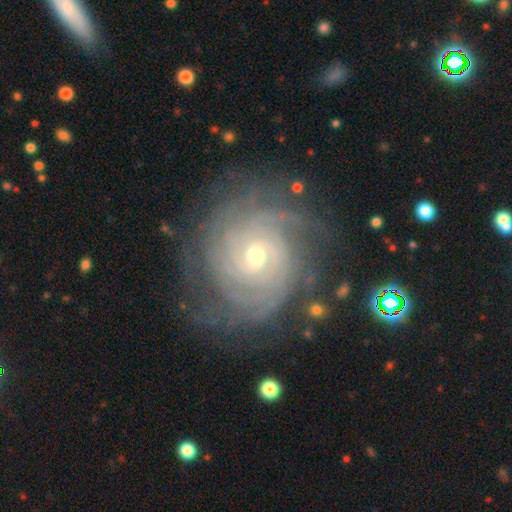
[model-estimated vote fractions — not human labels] smooth-or-featured: featured or disk: 88% | star or artifact: 6% | smooth: 6%
  disk-edge-on: no: 97% | yes: 3%
    bar: no: 60% | weak: 32% | strong: 8%
    has-spiral-arms: yes: 97% | no: 3%
      spiral-winding: tight: 78% | medium: 18% | loose: 4%
      spiral-arm-count: can't tell: 31% | 4: 21% | 3: 15% | more than 4: 15% | 2: 11% | 1: 7%
    bulge-size: small: 57% | moderate: 40% | large: 2% | none: 1% | dominant: 1%
  merging: none: 77% | minor disturbance: 15% | major disturbance: 7% | merger: 2%